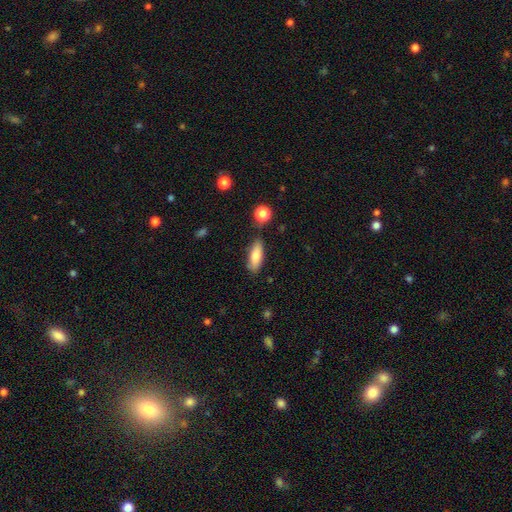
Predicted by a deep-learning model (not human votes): A smooth galaxy with no disk features (80%) that is in between round and cigar-shaped (65%). Merging: none (75%).